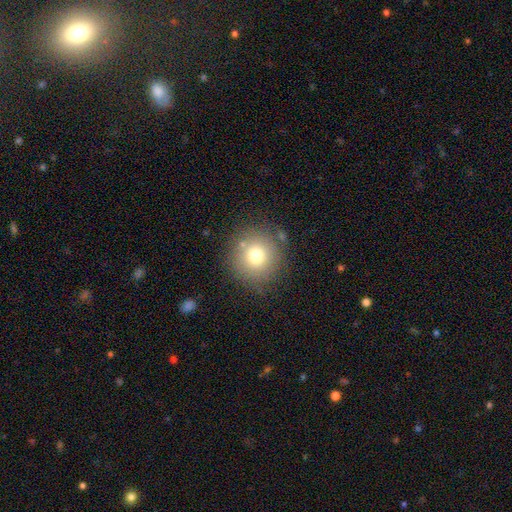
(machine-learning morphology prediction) Overall: smooth (74%). How rounded: round (94%). Merging: none (83%).